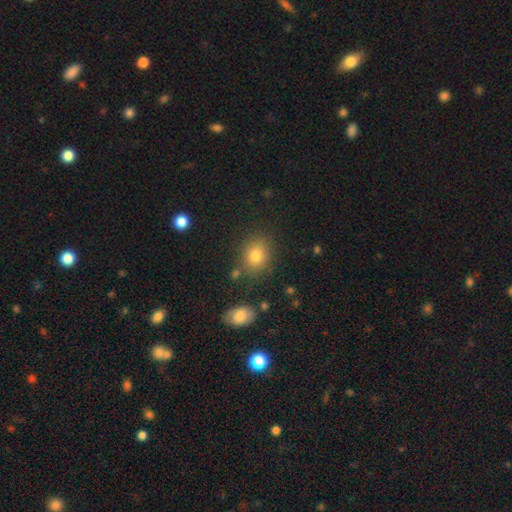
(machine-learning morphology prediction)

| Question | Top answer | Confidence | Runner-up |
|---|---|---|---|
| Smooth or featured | smooth | 79% | star or artifact (13%) |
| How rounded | round | 60% | in between (39%) |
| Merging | none | 79% | minor disturbance (11%) |